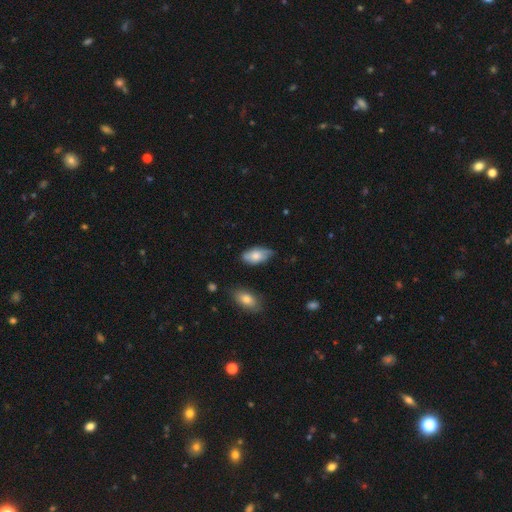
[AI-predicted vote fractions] smooth 69%, featured or disk 24%, star or artifact 7%. Down the decision tree: how rounded — in between (92%); merging — none (65%).